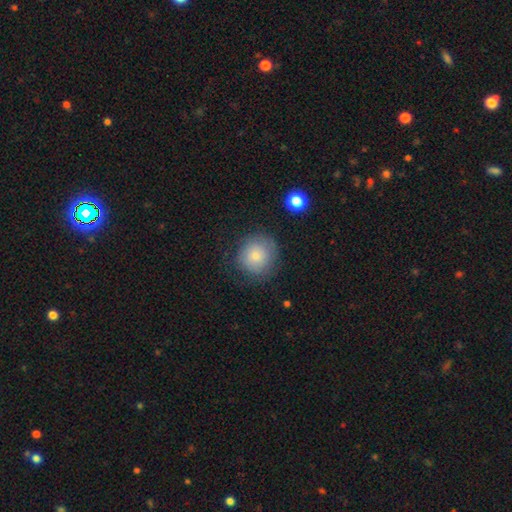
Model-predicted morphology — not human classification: type=smooth (79%); roundness=round (90%); merging=none (75%).